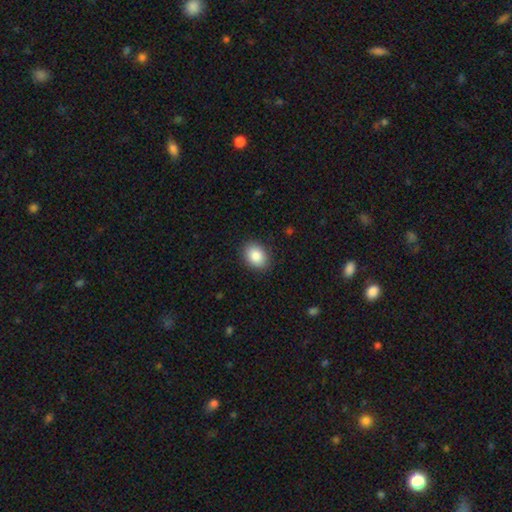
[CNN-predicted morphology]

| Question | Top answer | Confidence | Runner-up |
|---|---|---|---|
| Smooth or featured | smooth | 87% | star or artifact (7%) |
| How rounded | in between | 72% | round (28%) |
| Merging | none | 89% | minor disturbance (8%) |